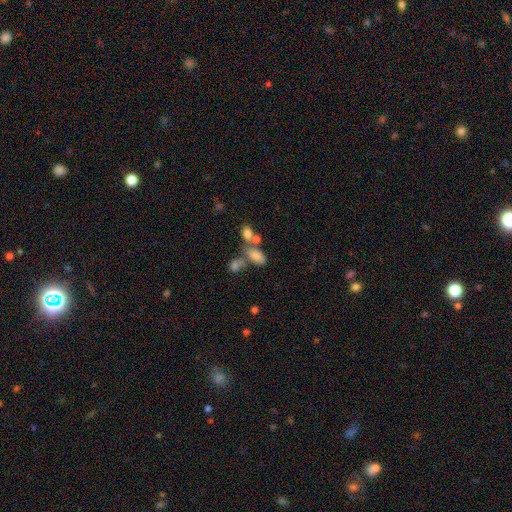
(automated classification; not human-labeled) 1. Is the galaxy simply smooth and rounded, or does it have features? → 76% smooth, 12% featured or disk, 11% star or artifact.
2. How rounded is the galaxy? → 90% in between, 8% round, 3% cigar-shaped.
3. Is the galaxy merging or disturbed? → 43% merger, 38% none, 12% minor disturbance, 7% major disturbance.